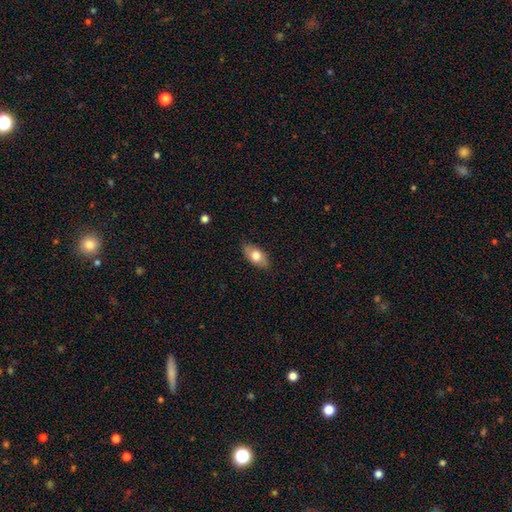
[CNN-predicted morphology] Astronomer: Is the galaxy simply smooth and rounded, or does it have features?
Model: smooth — 72%.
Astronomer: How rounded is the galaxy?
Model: in between — 89%.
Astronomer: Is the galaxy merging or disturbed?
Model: none — 84%.